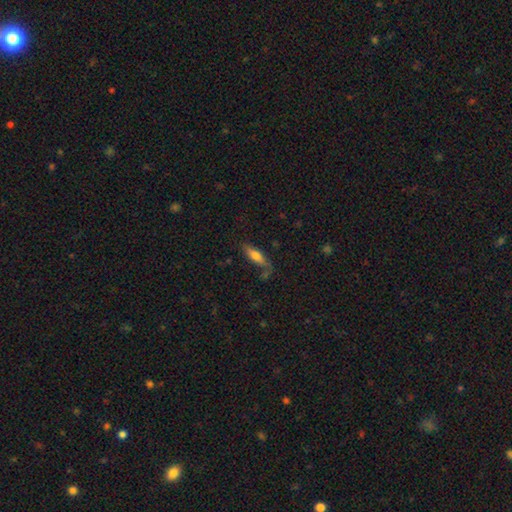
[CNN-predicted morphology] type=smooth (65%); roundness=cigar-shaped (50%); merging=none (63%).